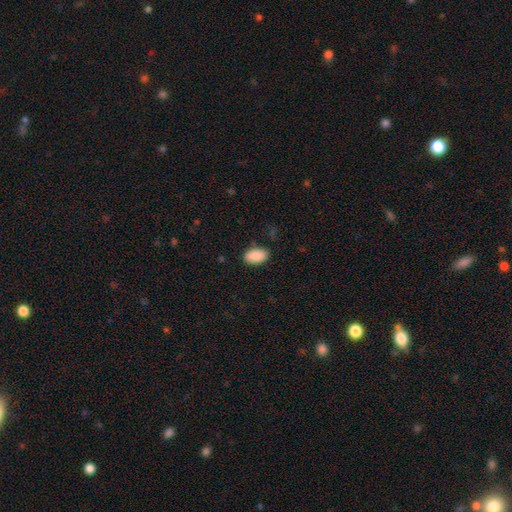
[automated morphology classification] This appears to be a smooth galaxy with no disk features (90%) that is in between round and cigar-shaped (94%). Merging: none (84%).